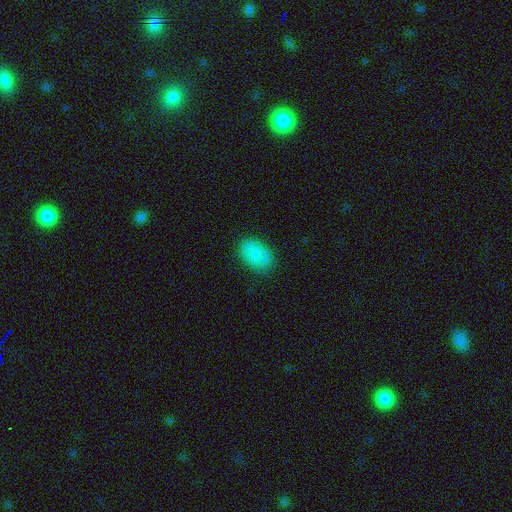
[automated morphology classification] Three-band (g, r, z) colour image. It shows a smooth galaxy with no disk features (85%) that is in between round and cigar-shaped (89%). Merging: none (82%).